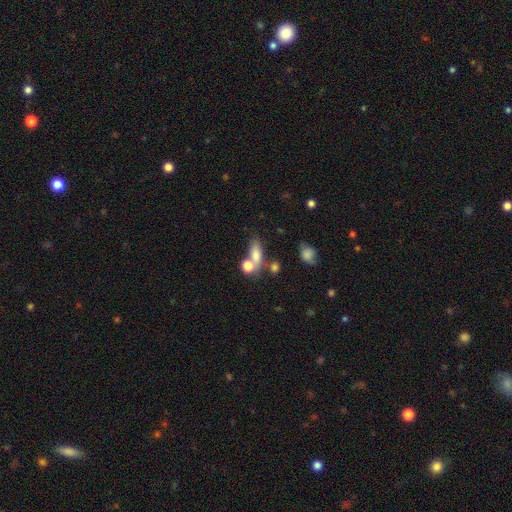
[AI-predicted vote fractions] smooth-or-featured: smooth: 73% | featured or disk: 15% | star or artifact: 12%
  how-rounded: in between: 60% | round: 22% | cigar-shaped: 18%
  merging: none: 43% | merger: 36% | minor disturbance: 13% | major disturbance: 8%